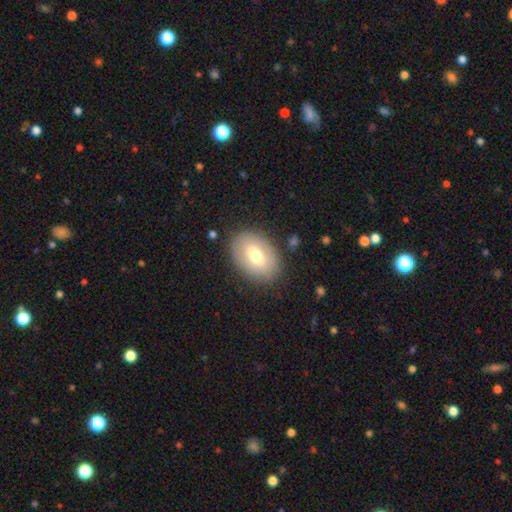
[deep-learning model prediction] This appears to be a smooth galaxy with no disk features (59%) that is in between round and cigar-shaped (84%). Merging: none (83%).